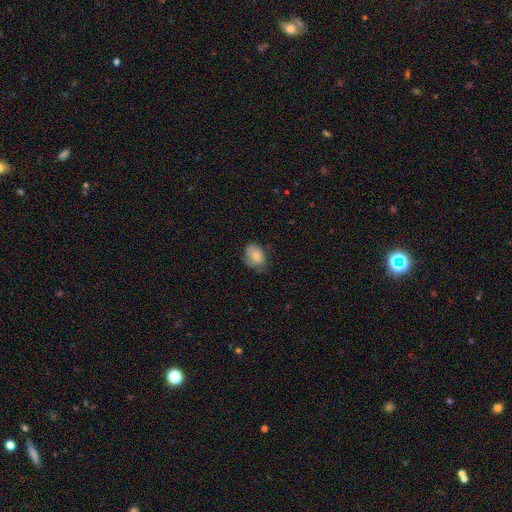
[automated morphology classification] This is likely a smooth galaxy (77%). How rounded: likely in between (70%). Merging: possibly none (60%).